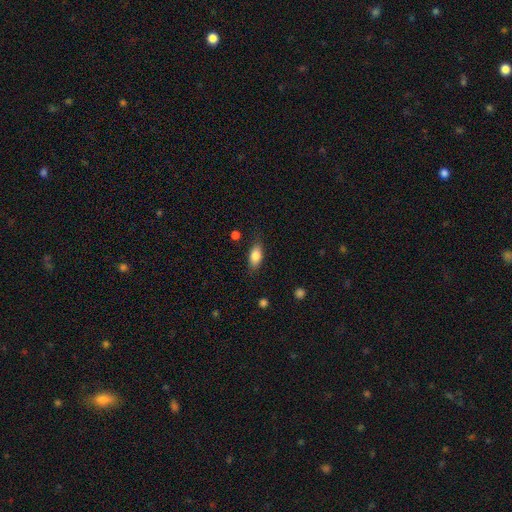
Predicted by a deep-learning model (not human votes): This appears to be a smooth galaxy with no disk features (82%) that is in between round and cigar-shaped (85%). Merging: none (79%).